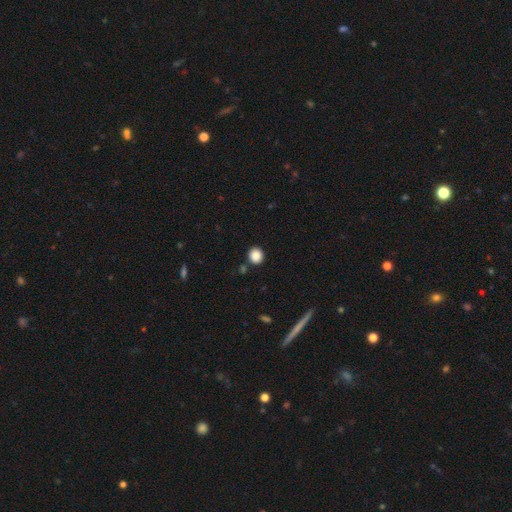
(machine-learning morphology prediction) Smooth or featured? Predicted: smooth (p=0.87). How rounded? Predicted: round (p=0.85). Merging? Predicted: none (p=0.87).